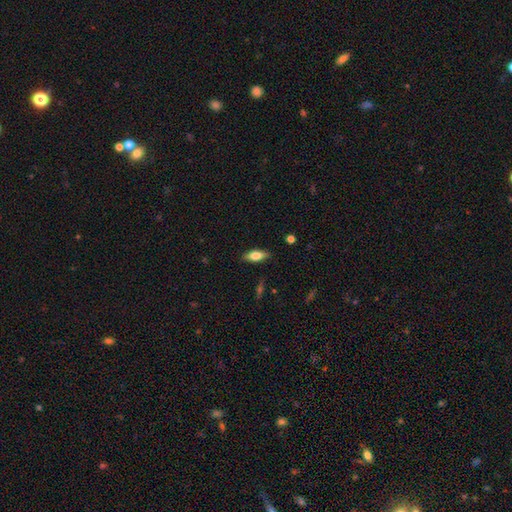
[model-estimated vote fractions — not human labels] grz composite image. It shows a smooth galaxy with no disk features (71%) that is in between round and cigar-shaped (73%). Merging: none (85%).